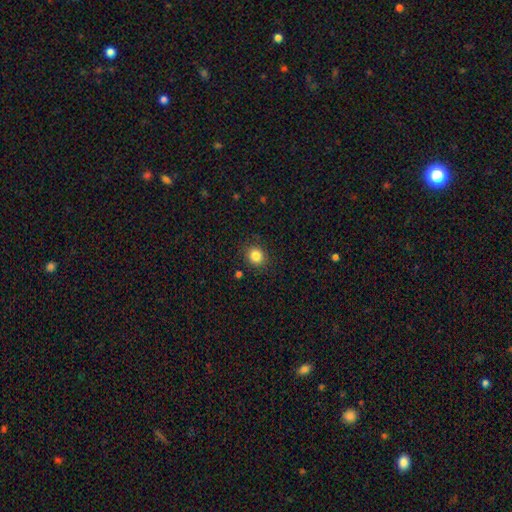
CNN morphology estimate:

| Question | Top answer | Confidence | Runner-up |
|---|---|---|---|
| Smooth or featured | smooth | 84% | star or artifact (11%) |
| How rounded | round | 79% | in between (20%) |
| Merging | none | 87% | minor disturbance (9%) |